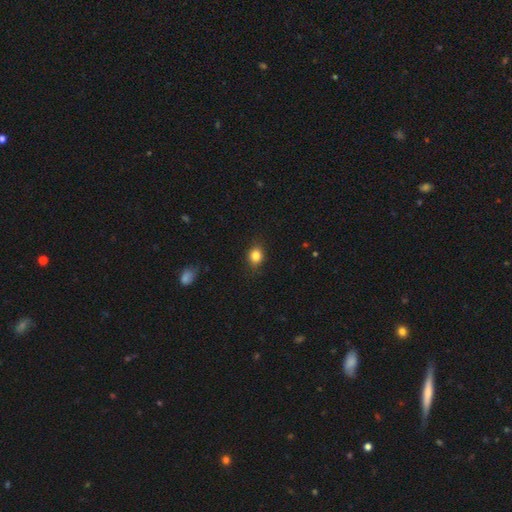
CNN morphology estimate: type=smooth (84%); roundness=round (59%); merging=none (83%).